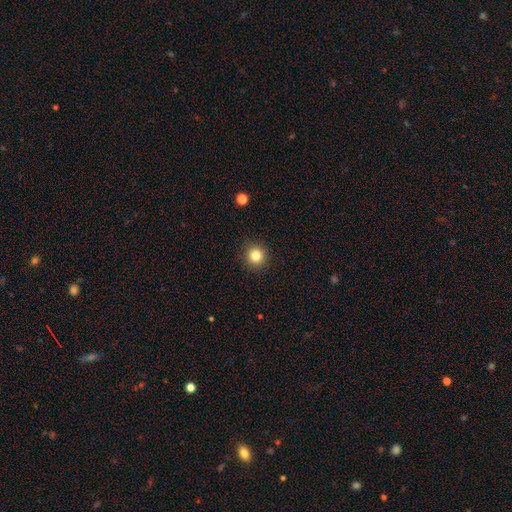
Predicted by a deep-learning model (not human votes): smooth_or_featured: smooth (p=0.82) [alt: star or artifact p=0.12]
how_rounded: round (p=0.93) [alt: in between p=0.06]
merging: none (p=0.91) [alt: minor disturbance p=0.06]